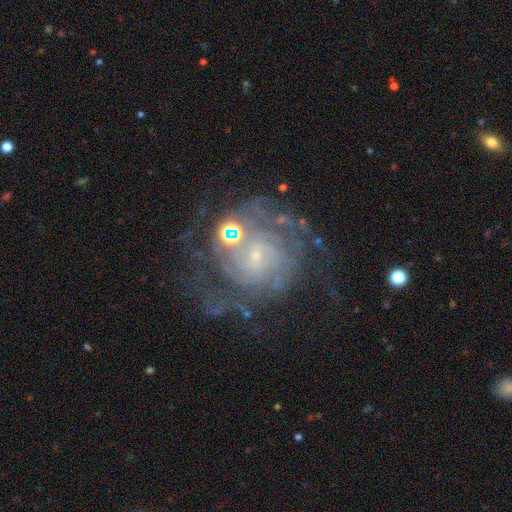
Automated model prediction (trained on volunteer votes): smooth-or-featured: featured or disk: 83% | star or artifact: 8% | smooth: 8%
  disk-edge-on: no: 98% | yes: 2%
    bar: no: 56% | weak: 36% | strong: 8%
    has-spiral-arms: yes: 94% | no: 6%
      spiral-winding: tight: 65% | medium: 28% | loose: 7%
      spiral-arm-count: can't tell: 36% | 2: 21% | 3: 16% | 4: 14% | more than 4: 7% | 1: 6%
    bulge-size: small: 78% | moderate: 13% | none: 7% | large: 2% | dominant: 1%
  merging: none: 58% | minor disturbance: 18% | major disturbance: 15% | merger: 9%